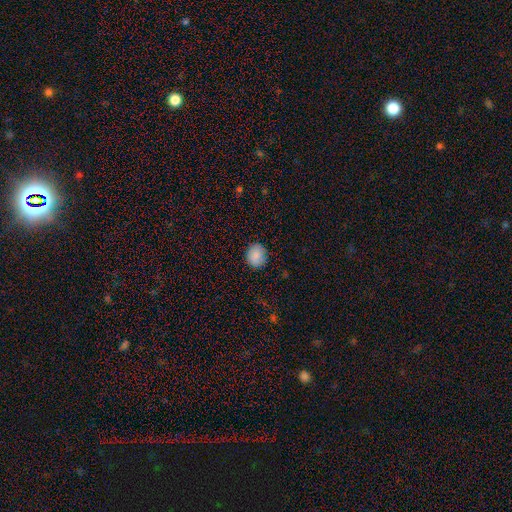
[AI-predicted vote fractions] A smooth galaxy with no disk features (87%) that is round (66%). Merging: none (85%).